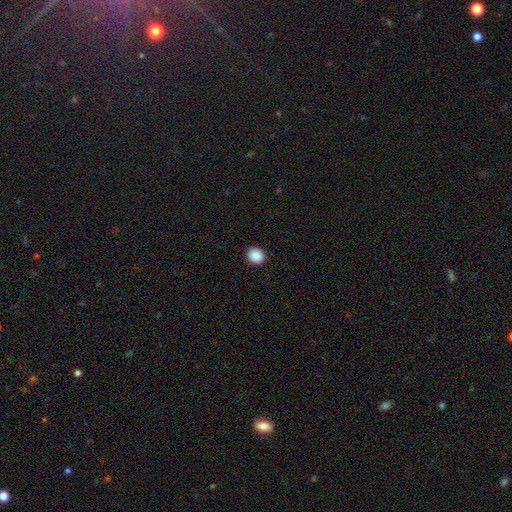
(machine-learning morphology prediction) This appears to be a smooth galaxy with no disk features (89%) that is round (77%). Merging: none (92%).